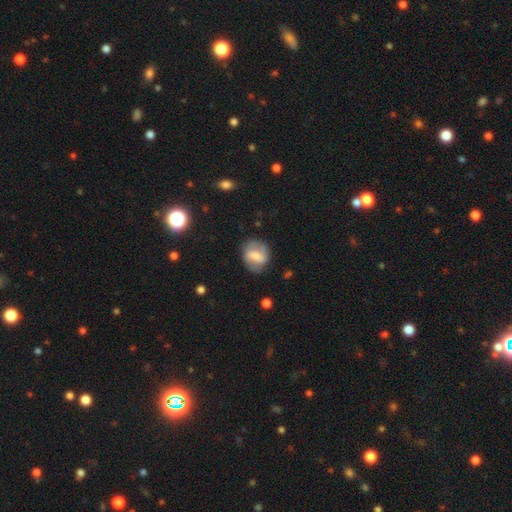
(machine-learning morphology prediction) This is possibly a smooth galaxy (47%). Merging: likely none (73%).